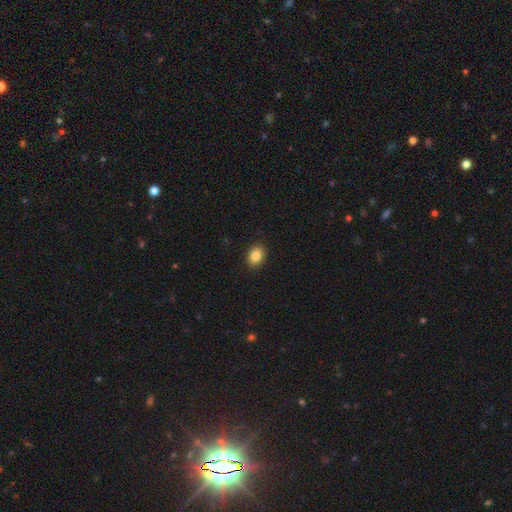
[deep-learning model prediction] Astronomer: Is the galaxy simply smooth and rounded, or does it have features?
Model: smooth — 86%.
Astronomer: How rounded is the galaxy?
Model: in between — 73%.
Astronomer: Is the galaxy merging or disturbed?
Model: none — 90%.